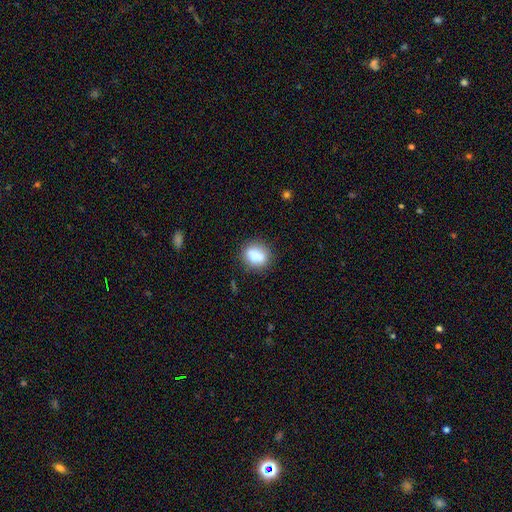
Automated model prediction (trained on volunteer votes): This is clearly a smooth galaxy (81%). How rounded: possibly round (53%). Merging: likely none (67%).